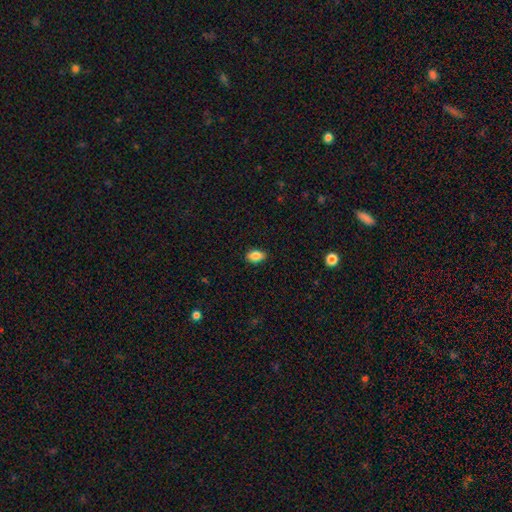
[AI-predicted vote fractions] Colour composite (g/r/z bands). It shows a smooth galaxy with no disk features (87%) that is in between round and cigar-shaped (88%). Merging: none (88%).